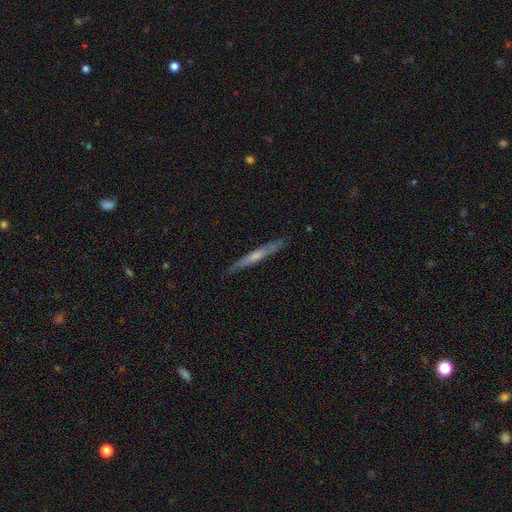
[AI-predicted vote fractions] Smooth or featured? featured or disk (59%)
Edge-on disk? yes (96%)
Edge-on bulge? none (46%)
Merging? none (88%)